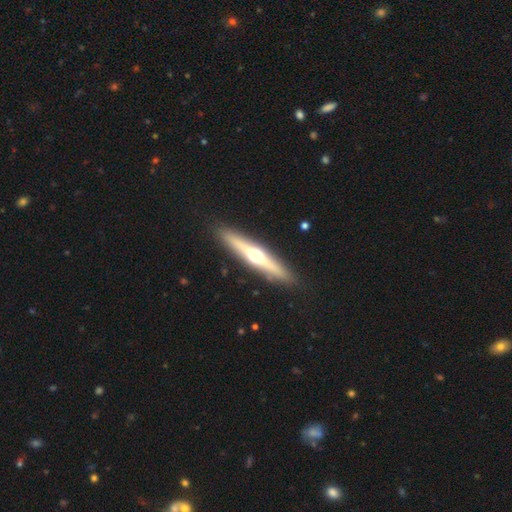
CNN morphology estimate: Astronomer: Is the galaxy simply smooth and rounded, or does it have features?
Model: featured or disk — 64%.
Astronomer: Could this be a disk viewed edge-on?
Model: yes — 95%.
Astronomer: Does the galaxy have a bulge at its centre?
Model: rounded — 94%.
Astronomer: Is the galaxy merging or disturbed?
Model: none — 90%.